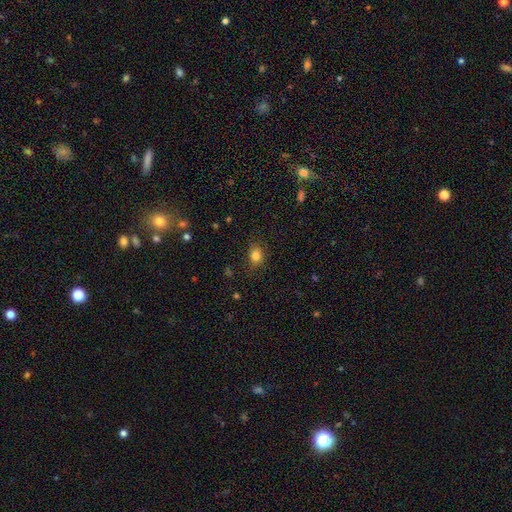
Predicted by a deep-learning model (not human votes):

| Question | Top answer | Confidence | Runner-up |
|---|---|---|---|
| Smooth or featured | smooth | 82% | star or artifact (12%) |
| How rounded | round | 52% | in between (47%) |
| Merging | none | 81% | minor disturbance (14%) |